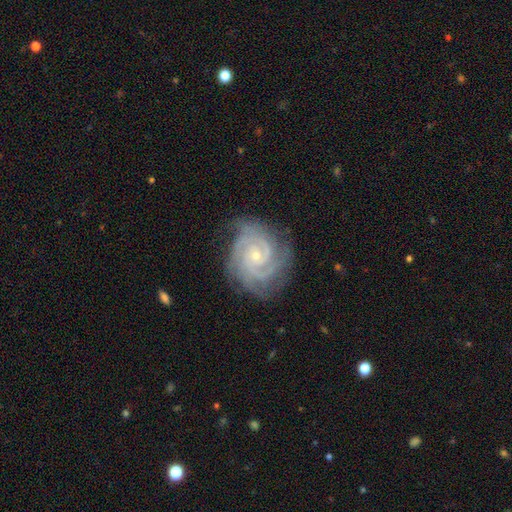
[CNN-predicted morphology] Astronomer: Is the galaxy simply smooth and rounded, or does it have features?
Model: featured or disk — 90%.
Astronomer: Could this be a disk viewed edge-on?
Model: no — 98%.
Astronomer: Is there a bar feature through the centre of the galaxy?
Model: no — 72%.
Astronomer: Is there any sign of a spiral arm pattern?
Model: yes — 98%.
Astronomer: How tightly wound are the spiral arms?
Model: tight — 75%.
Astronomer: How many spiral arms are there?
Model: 3 — 35% (runner-up: 2, 22%).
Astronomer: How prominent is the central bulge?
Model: small — 78%.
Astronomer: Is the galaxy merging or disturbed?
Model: none — 76%.